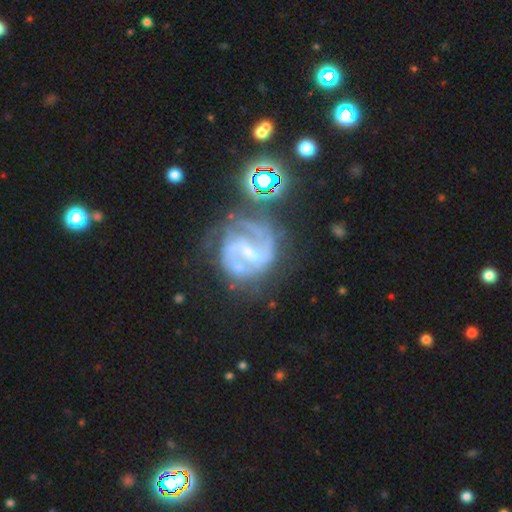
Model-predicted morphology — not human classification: Smooth or featured?
  - featured or disk: 83% *
  - star or artifact: 9%
  - smooth: 9%
Edge-on disk?
  - no: 98% *
  - yes: 2%
Bar?
  - weak: 45% *
  - strong: 33%
  - no: 22%
Spiral arms?
  - yes: 91% *
  - no: 9%
Spiral winding?
  - medium: 50% *
  - tight: 27%
  - loose: 24%
Spiral arm count?
  - 2: 66% *
  - can't tell: 13%
  - 3: 8%
  - 1: 6%
  - 4: 3%
  - more than 4: 3%
Bulge size?
  - small: 52% *
  - moderate: 25%
  - none: 19%
  - large: 3%
  - dominant: 1%
Merging?
  - none: 44% *
  - major disturbance: 23%
  - minor disturbance: 20%
  - merger: 14%